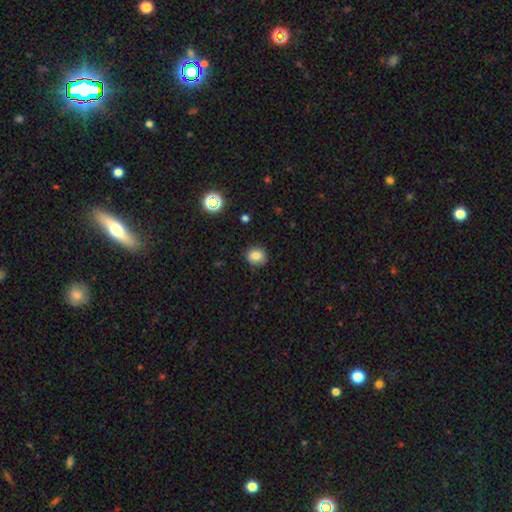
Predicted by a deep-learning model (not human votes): smooth 82%, star or artifact 12%, featured or disk 6%. Down the decision tree: how rounded — round (75%); merging — none (88%).